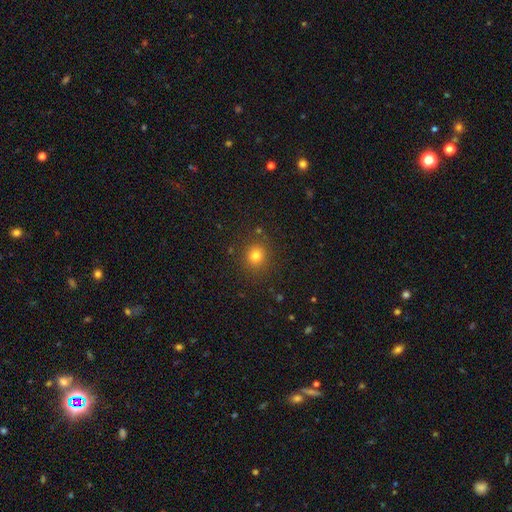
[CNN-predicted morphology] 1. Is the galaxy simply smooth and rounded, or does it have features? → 79% smooth, 15% star or artifact, 7% featured or disk.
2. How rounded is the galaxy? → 83% round, 16% in between, 1% cigar-shaped.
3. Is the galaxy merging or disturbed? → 86% none, 8% minor disturbance, 3% major disturbance, 2% merger.